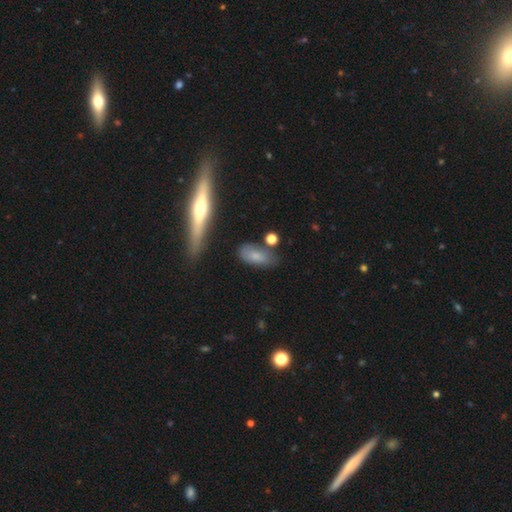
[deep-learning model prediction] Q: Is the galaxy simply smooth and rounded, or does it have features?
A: smooth — 75%.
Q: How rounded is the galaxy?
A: in between — 81%.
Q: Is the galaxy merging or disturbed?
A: none — 60%.